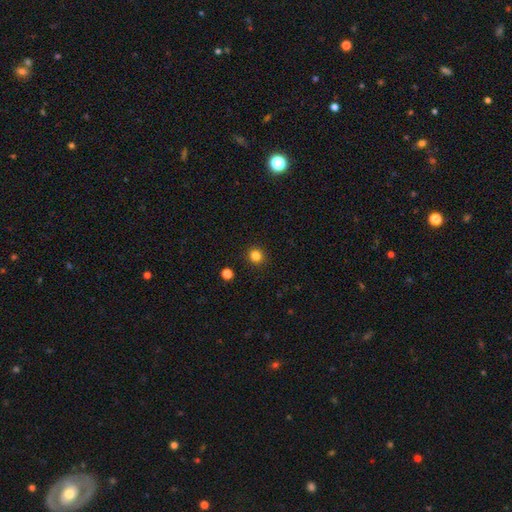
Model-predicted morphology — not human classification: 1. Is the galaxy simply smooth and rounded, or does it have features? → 83% smooth, 13% star or artifact, 4% featured or disk.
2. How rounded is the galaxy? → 93% round, 6% in between, 1% cigar-shaped.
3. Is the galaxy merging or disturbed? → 92% none, 5% minor disturbance, 2% major disturbance, 1% merger.